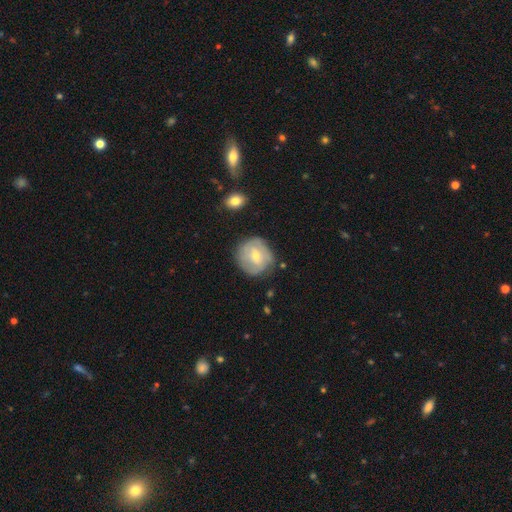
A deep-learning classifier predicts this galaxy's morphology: Smooth or featured? featured or disk (55%)
Edge-on disk? no (96%)
Bar? weak (48%)
Spiral arms? yes (64%)
Bulge size? small (48%, tied with moderate)
Merging? none (73%)